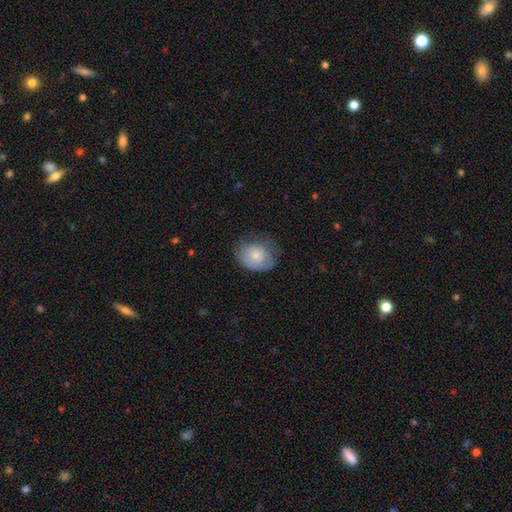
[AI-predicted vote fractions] This appears to be a smooth galaxy with no disk features (75%) that is round (59%). Merging: none (57%).